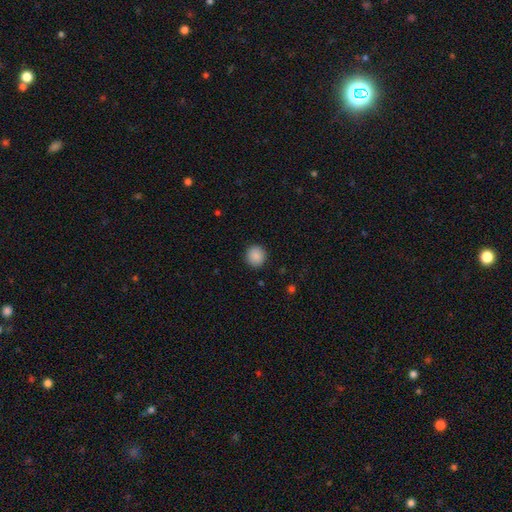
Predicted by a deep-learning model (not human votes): Overall: smooth (89%). How rounded: round (91%). Merging: none (91%).